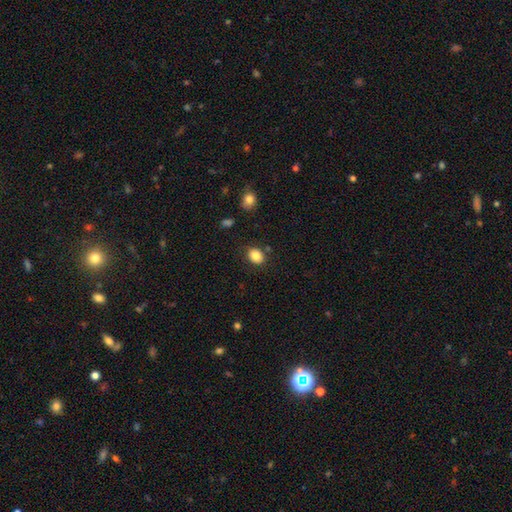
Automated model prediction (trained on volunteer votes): Smooth or featured?
  - smooth: 86% *
  - star or artifact: 9%
  - featured or disk: 5%
How rounded?
  - in between: 62% *
  - round: 37%
  - cigar-shaped: 1%
Merging?
  - none: 83% *
  - minor disturbance: 11%
  - major disturbance: 3%
  - merger: 3%